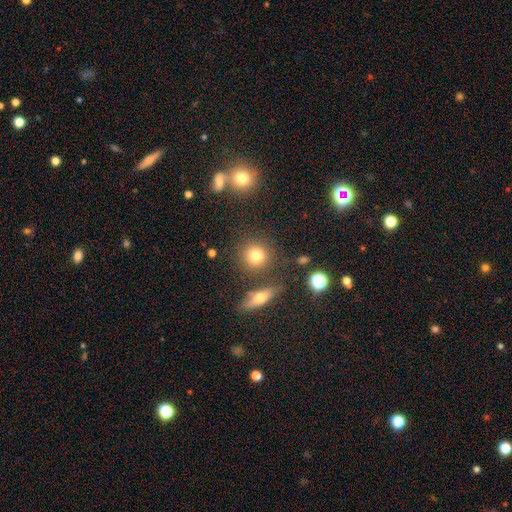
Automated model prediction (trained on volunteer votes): The model was most divided on "smooth or featured": smooth: 76%, star or artifact: 13%, featured or disk: 11%. More confident: how rounded — round (86%); merging — none (79%).